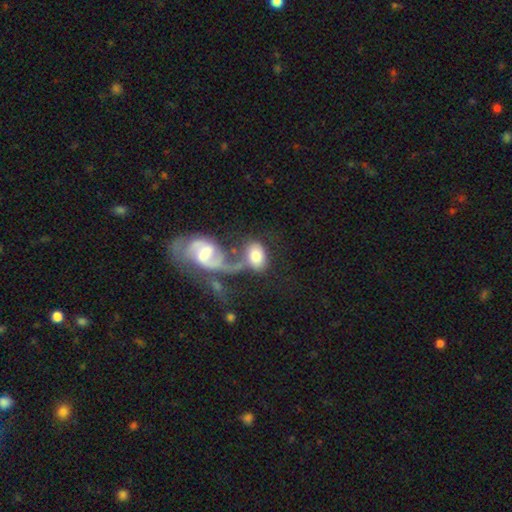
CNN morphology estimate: Smooth or featured? smooth (61%)
How rounded? in between (82%)
Merging? merger (53%)